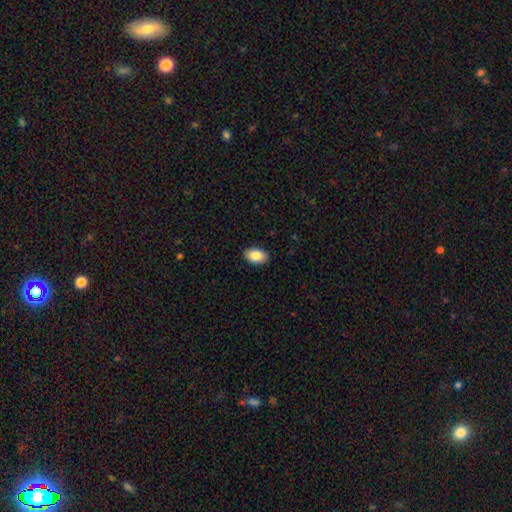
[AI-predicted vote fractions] Smooth or featured? Predicted: smooth (p=0.86). How rounded? Predicted: in between (p=0.90). Merging? Predicted: none (p=0.90).